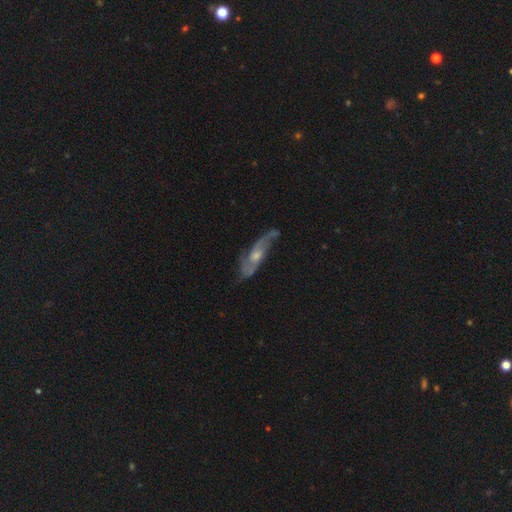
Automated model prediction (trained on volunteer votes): Morphology: type=featured or disk (81%); edge-on=no (81%); bar=no (61%); spiral arms=yes (92%); winding=medium (43%); arm count=2 (73%); bulge=moderate (57%); merging=none (63%).